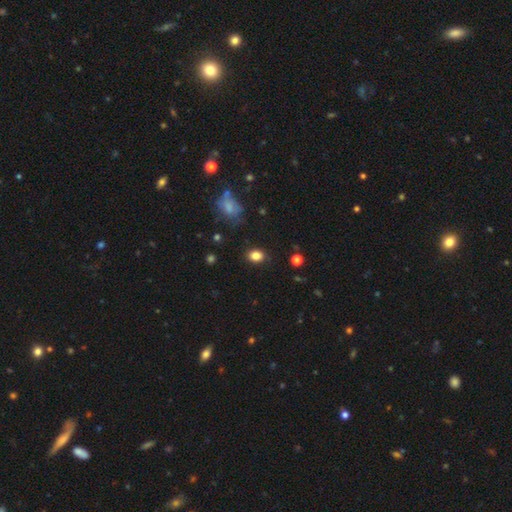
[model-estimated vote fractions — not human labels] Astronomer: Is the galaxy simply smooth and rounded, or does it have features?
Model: smooth — 85%.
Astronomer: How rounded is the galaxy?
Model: in between — 63%.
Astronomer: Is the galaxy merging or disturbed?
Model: none — 84%.